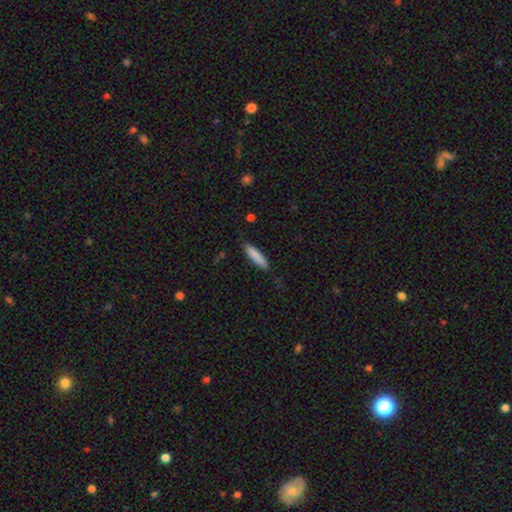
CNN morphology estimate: Overall: smooth (85%). How rounded: cigar-shaped (80%). Merging: none (82%).